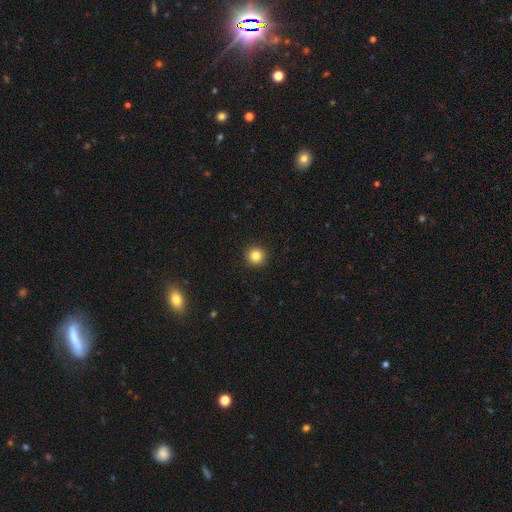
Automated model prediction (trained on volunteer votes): The model was most divided on "smooth or featured": smooth: 84%, star or artifact: 11%, featured or disk: 5%. More confident: how rounded — round (95%); merging — none (93%).